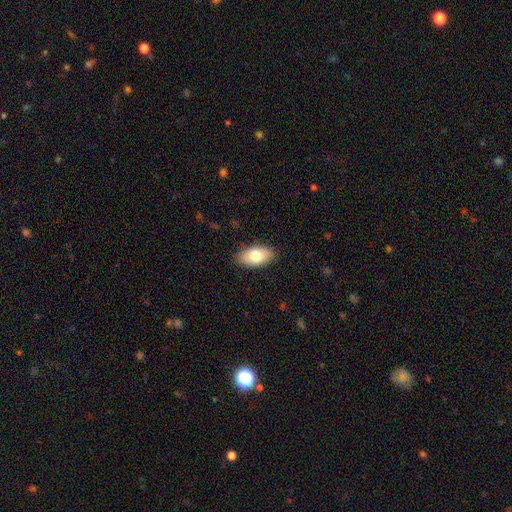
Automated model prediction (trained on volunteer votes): The model was most divided on "smooth or featured": smooth: 76%, featured or disk: 17%, star or artifact: 6%. More confident: how rounded — in between (93%); merging — none (88%).